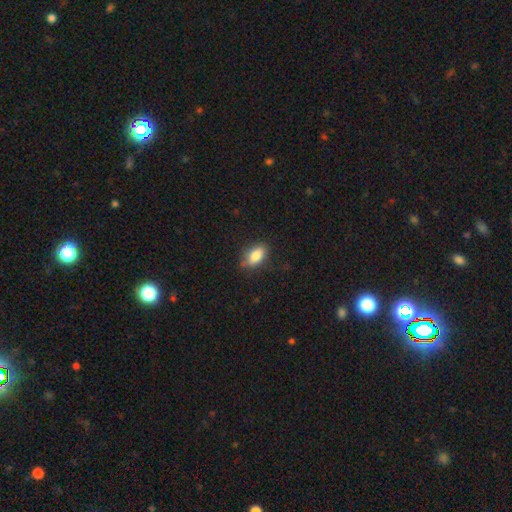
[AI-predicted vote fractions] A smooth galaxy with no disk features (83%) that is in between round and cigar-shaped (89%). Merging: none (78%).